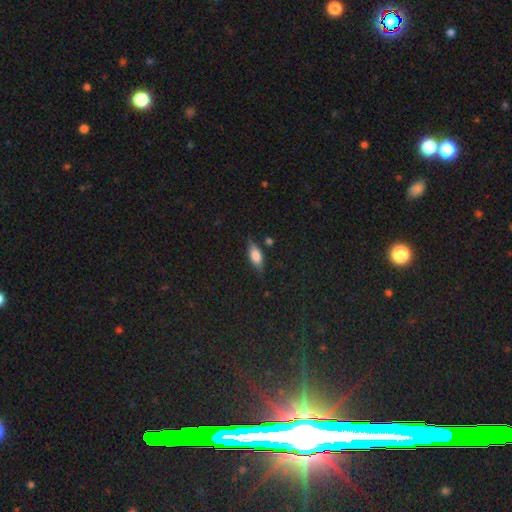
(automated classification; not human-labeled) smooth 68%, featured or disk 24%, star or artifact 9%. Down the decision tree: how rounded — in between (74%); merging — none (74%).